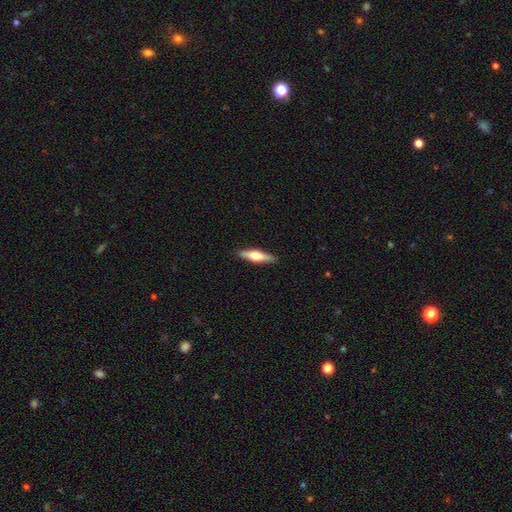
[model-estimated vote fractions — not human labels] Overall: featured or disk (50%; smooth 44%). Merging: none (90%).